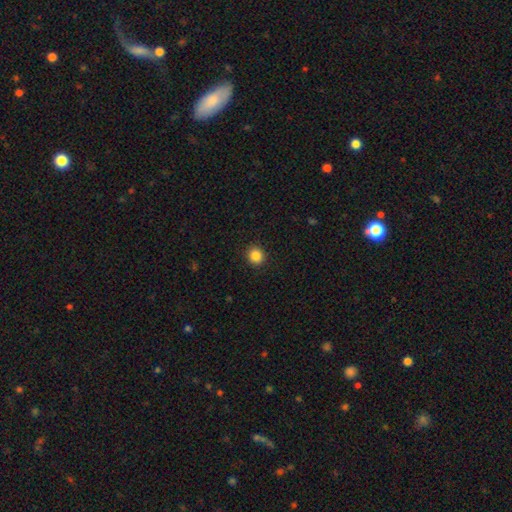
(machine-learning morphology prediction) type=smooth (86%); roundness=round (90%); merging=none (93%).